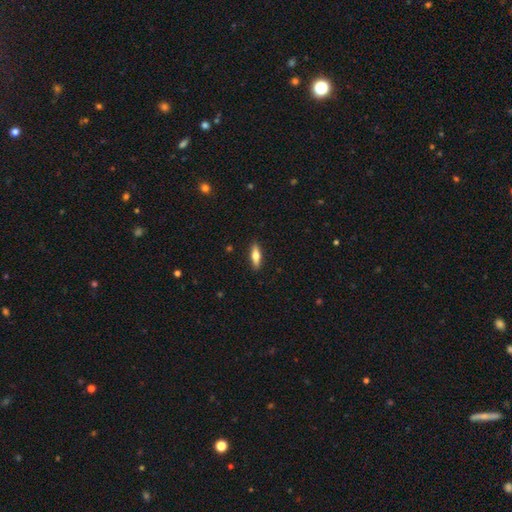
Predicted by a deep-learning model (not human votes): Smooth or featured? smooth (63%)
How rounded? cigar-shaped (52%)
Merging? none (89%)